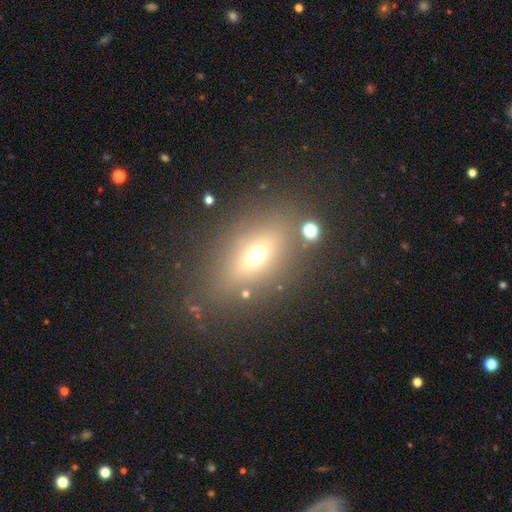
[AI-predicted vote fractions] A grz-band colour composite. It shows a smooth galaxy with no disk features (56%) that is in between round and cigar-shaped (68%). Merging: none (78%).